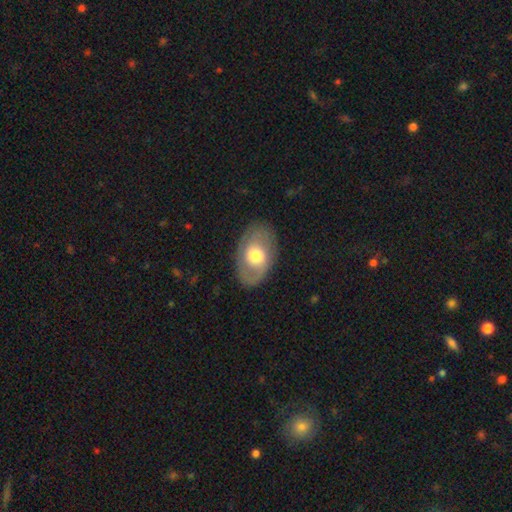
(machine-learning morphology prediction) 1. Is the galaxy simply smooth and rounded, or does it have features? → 47% smooth, 46% featured or disk, 7% star or artifact.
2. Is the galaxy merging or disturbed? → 82% none, 13% minor disturbance, 5% major disturbance, 1% merger.